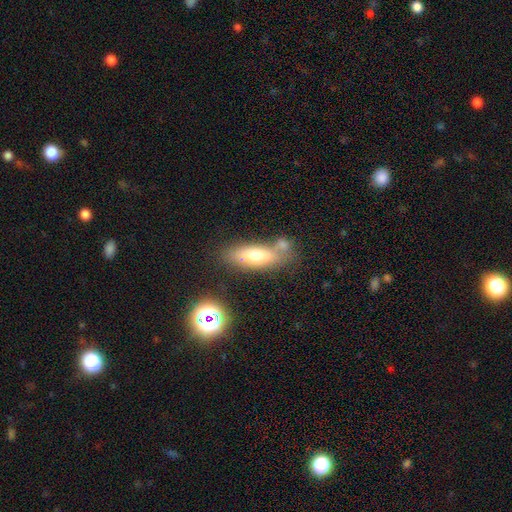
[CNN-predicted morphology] Q: Smooth or featured?
A: smooth (65%); runner-up: featured or disk (25%)
Q: How rounded?
A: in between (62%); runner-up: cigar-shaped (34%)
Q: Merging?
A: none (60%); runner-up: merger (19%)